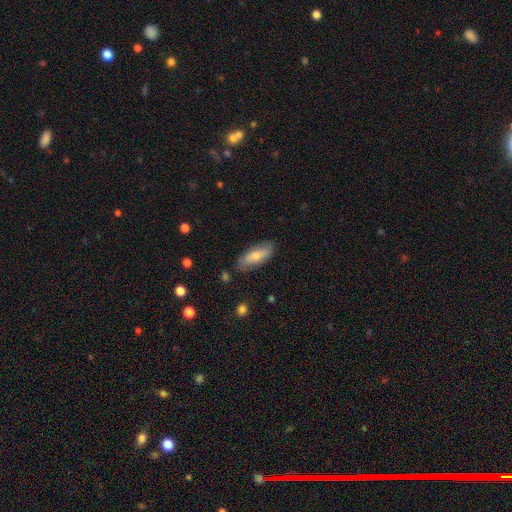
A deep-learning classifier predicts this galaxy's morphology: smooth_or_featured: smooth (p=0.63) [alt: featured or disk p=0.30]
how_rounded: in between (p=0.71) [alt: cigar-shaped p=0.26]
merging: none (p=0.82) [alt: minor disturbance p=0.14]